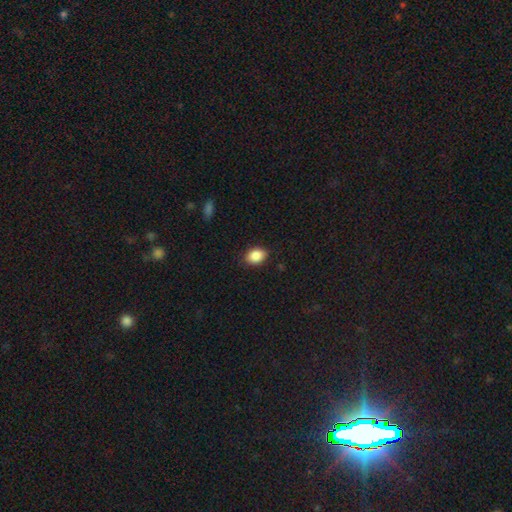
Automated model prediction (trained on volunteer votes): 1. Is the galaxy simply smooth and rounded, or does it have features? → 87% smooth, 8% star or artifact, 4% featured or disk.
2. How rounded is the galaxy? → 74% in between, 24% round, 1% cigar-shaped.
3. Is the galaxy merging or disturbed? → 86% none, 11% minor disturbance, 2% major disturbance, 1% merger.